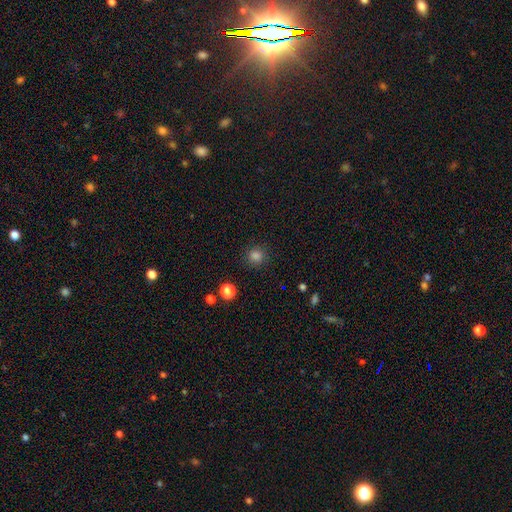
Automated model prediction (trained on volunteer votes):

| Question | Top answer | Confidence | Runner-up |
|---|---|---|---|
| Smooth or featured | smooth | 82% | star or artifact (14%) |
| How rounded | round | 92% | in between (7%) |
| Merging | none | 90% | minor disturbance (7%) |